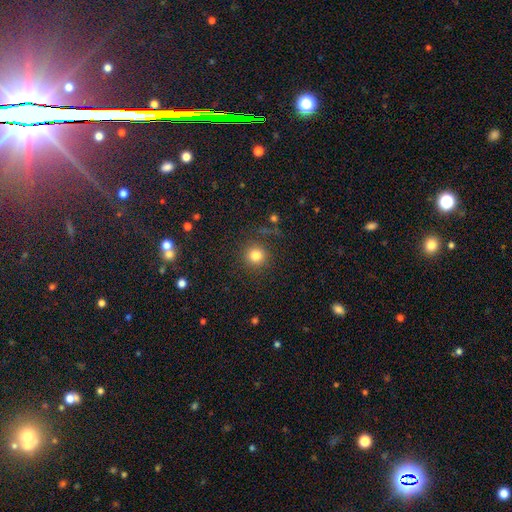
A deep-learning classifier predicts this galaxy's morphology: Overall: smooth (81%). How rounded: round (94%). Merging: none (87%).